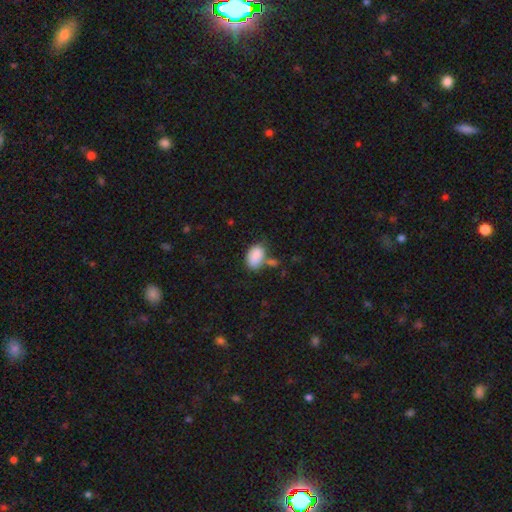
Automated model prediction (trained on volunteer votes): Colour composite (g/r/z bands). It shows a smooth galaxy with no disk features (86%) that is in between round and cigar-shaped (89%). Merging: none (50%).